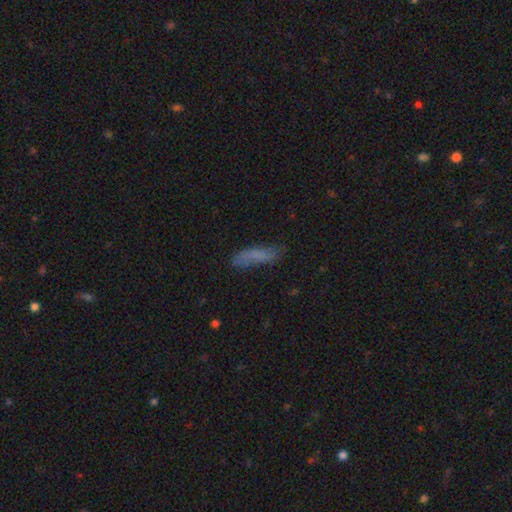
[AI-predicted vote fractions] smooth_or_featured: smooth (p=0.67) [alt: featured or disk p=0.23]
how_rounded: cigar-shaped (p=0.63) [alt: in between p=0.35]
merging: none (p=0.60) [alt: minor disturbance p=0.26]